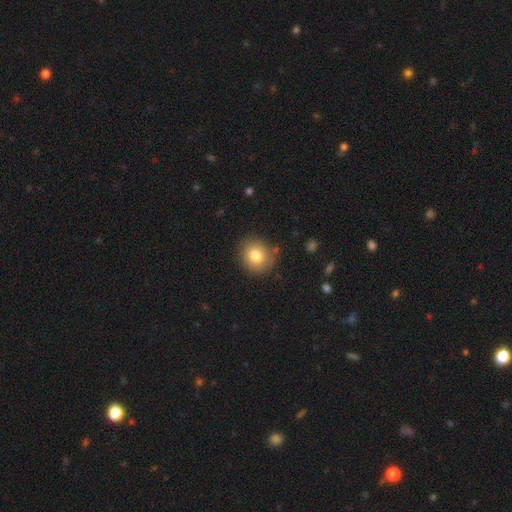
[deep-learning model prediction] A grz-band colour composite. It shows a smooth galaxy with no disk features (80%) that is round (85%). Merging: none (82%).